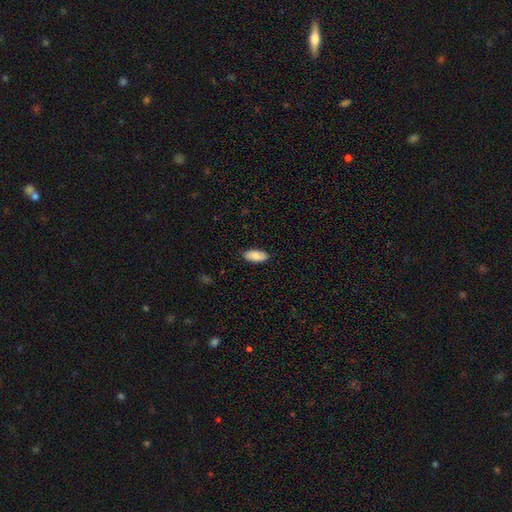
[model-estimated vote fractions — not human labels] Q: Smooth or featured?
A: smooth (85%); runner-up: featured or disk (9%)
Q: How rounded?
A: in between (90%); runner-up: cigar-shaped (8%)
Q: Merging?
A: none (87%); runner-up: minor disturbance (10%)